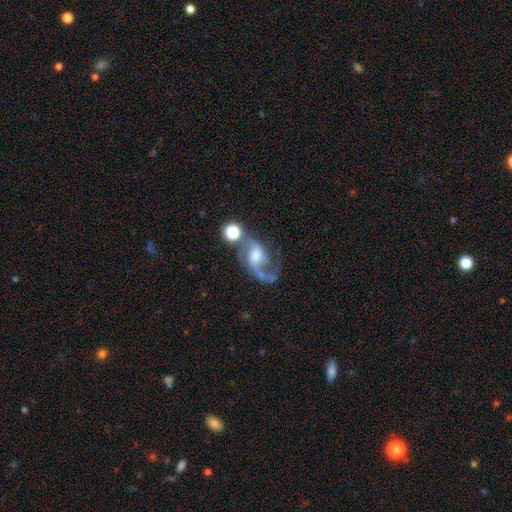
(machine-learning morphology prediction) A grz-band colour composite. It shows a featured or disk galaxy (80%) with a weak bar (49%), 2 (85%) loose (55%) spiral arms (93%) and a moderate central bulge (56%). Merging: none (45%).